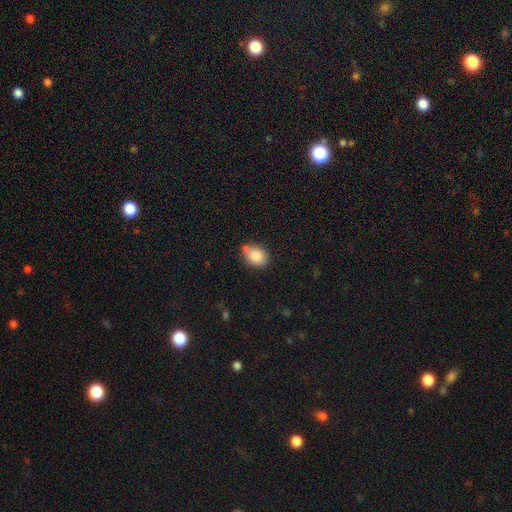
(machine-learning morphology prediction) The model was most divided on "how rounded": in between: 54%, round: 45%, cigar-shaped: 1%. More confident: smooth or featured — smooth (84%); merging — none (59%).